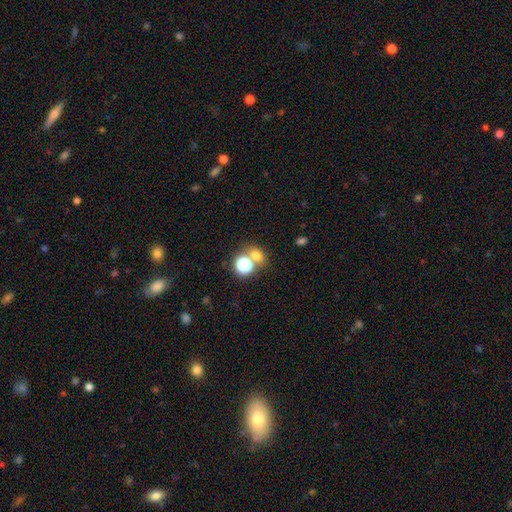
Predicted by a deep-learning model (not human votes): Morphology: type=smooth (67%); roundness=round (58%); merging=none (58%).